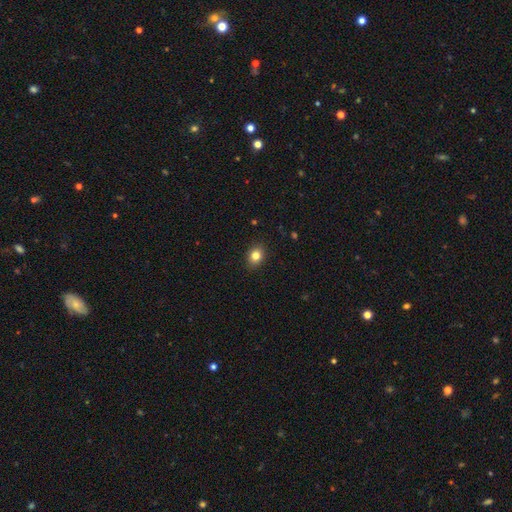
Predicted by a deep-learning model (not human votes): Smooth or featured? Predicted: smooth (p=0.82). How rounded? Predicted: in between (p=0.55). Merging? Predicted: none (p=0.89).